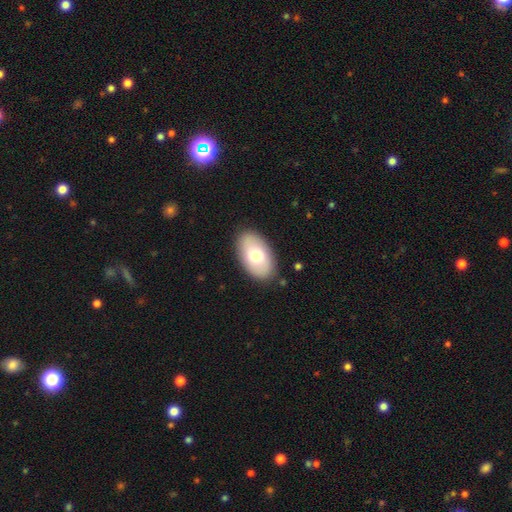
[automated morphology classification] smooth_or_featured: smooth (p=0.69) [alt: featured or disk p=0.25]
how_rounded: in between (p=0.94) [alt: round p=0.05]
merging: none (p=0.87) [alt: minor disturbance p=0.09]